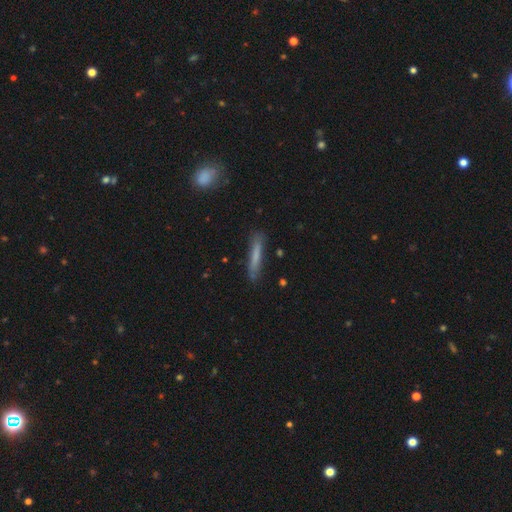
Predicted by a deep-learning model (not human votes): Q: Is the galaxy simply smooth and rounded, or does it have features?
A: smooth — 70%.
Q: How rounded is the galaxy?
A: cigar-shaped — 93%.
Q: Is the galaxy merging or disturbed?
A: none — 81%.